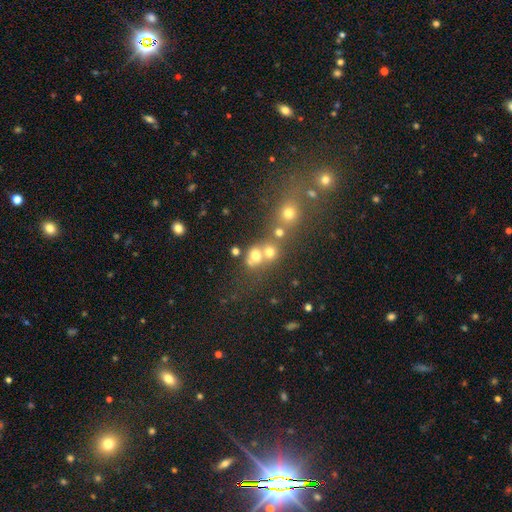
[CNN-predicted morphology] This appears to be a smooth galaxy with no disk features (66%) that is round (73%). Merging: none (43%, tied with merger).